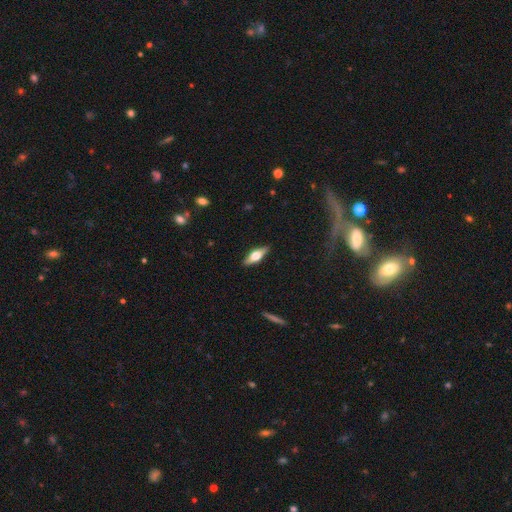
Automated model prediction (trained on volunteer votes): The model was most divided on "smooth or featured": featured or disk: 55%, smooth: 39%, star or artifact: 6%. More confident: edge-on bulge — rounded (94%); edge-on disk — yes (93%); merging — none (89%).